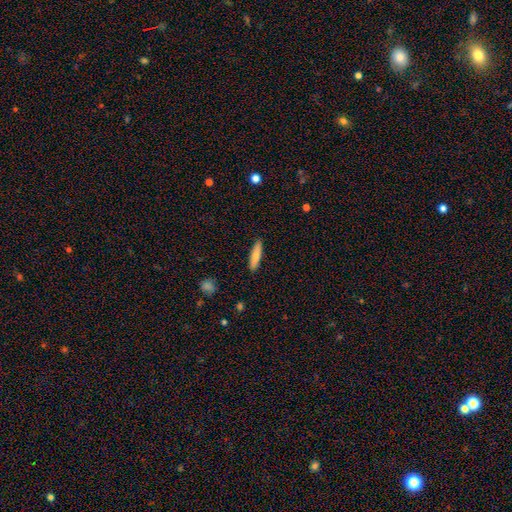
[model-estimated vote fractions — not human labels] This appears to be a smooth galaxy with no disk features (77%) that is cigar-shaped (80%). Merging: none (90%).